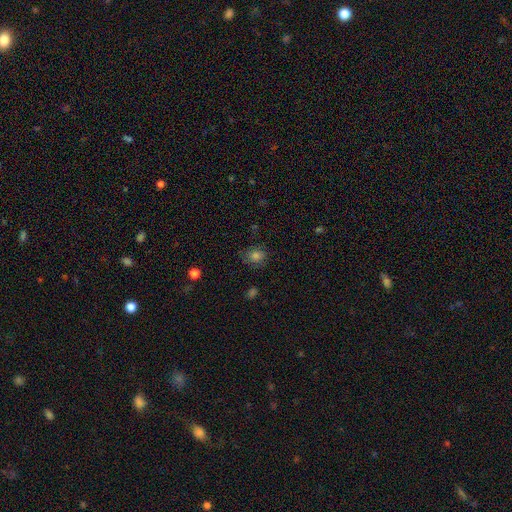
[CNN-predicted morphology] Smooth or featured: smooth — 73% (star or artifact — 17%)
How rounded: round — 64% (in between — 35%)
Merging: none — 77% (minor disturbance — 16%)